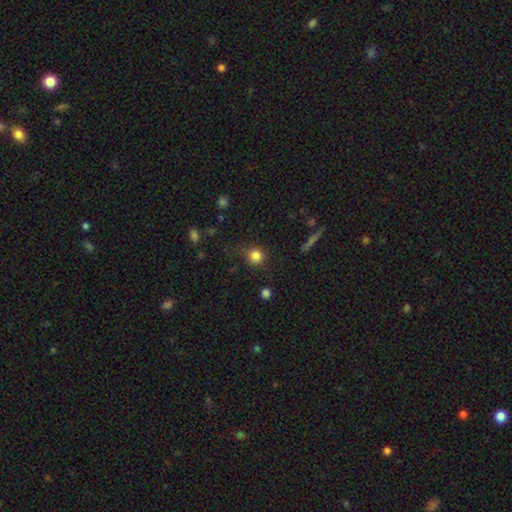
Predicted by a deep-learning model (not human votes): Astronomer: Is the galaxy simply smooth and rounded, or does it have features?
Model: smooth — 83%.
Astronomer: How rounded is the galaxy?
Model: round — 91%.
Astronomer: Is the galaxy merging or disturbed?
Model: none — 75%.